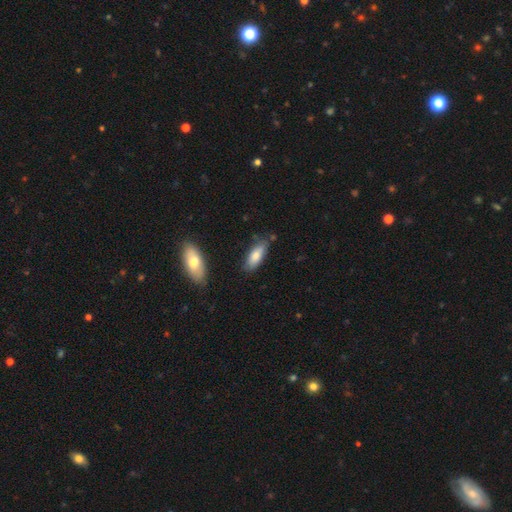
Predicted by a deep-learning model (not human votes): Smooth or featured? Predicted: smooth (p=0.80). How rounded? Predicted: in between (p=0.71). Merging? Predicted: none (p=0.74).